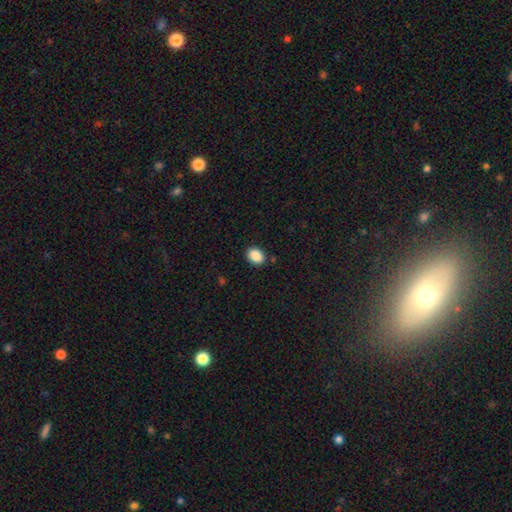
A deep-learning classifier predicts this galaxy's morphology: Smooth or featured? Predicted: smooth (p=0.89). How rounded? Predicted: in between (p=0.65). Merging? Predicted: none (p=0.88).